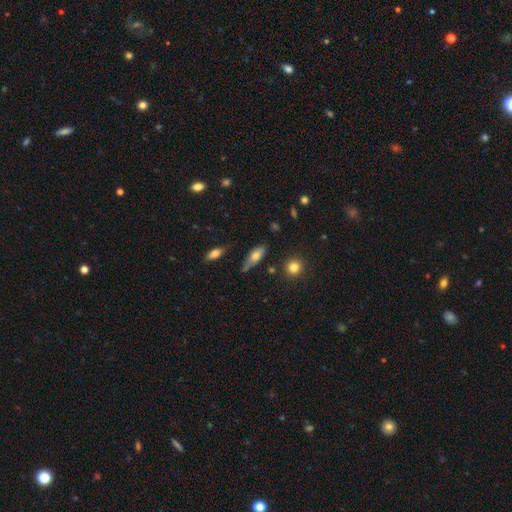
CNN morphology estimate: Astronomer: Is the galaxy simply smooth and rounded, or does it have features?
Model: smooth — 67%.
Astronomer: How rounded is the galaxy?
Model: in between — 69%.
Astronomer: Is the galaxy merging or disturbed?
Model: none — 58%.